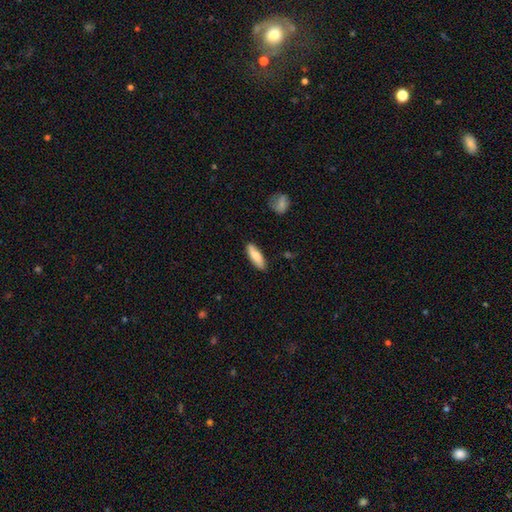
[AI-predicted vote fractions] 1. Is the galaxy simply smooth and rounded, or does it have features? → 79% smooth, 16% featured or disk, 6% star or artifact.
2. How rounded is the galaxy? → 50% in between, 48% cigar-shaped, 2% round.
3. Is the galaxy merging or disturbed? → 87% none, 10% minor disturbance, 2% major disturbance, 1% merger.